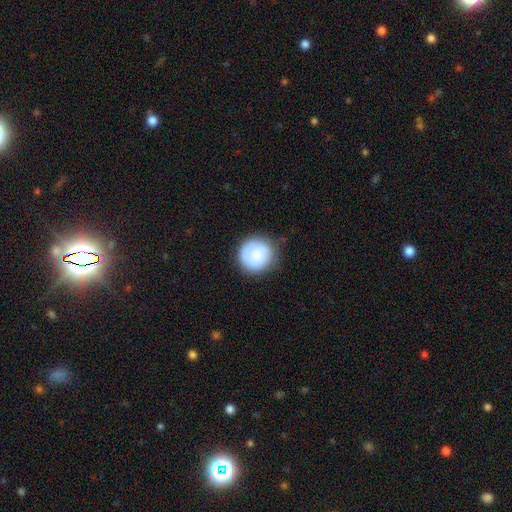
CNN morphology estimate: A smooth galaxy with no disk features (71%) that is round (92%).

Vote fractions:
- Smooth or featured? smooth: 71% / featured or disk: 23% / star or artifact: 6%
- How rounded? round: 92% / in between: 7% / cigar-shaped: 1%
- Merging? none: 76% / minor disturbance: 16% / major disturbance: 6% / merger: 2%